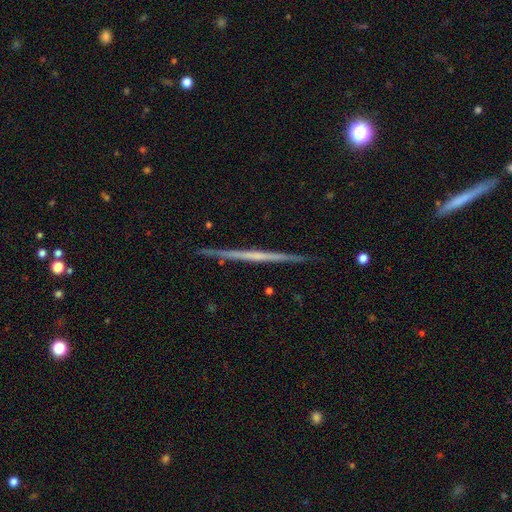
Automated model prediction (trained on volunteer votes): Morphology: type=featured or disk (70%); edge-on=yes (98%); edge-on bulge=none (85%); merging=none (91%).